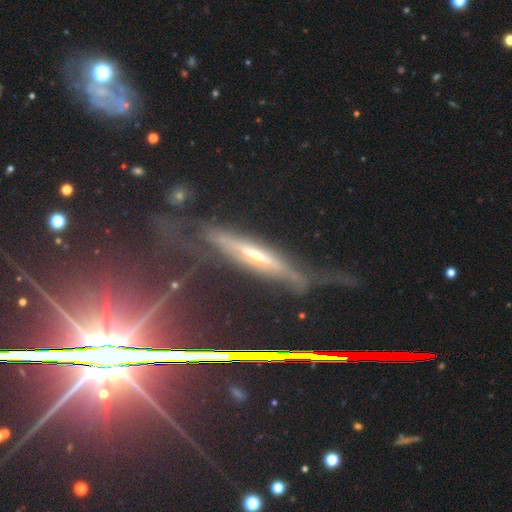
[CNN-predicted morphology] Overall: featured or disk (60%; star or artifact 22%). Edge-on disk: yes (84%). Edge-on bulge: rounded (74%). Merging: none (66%).